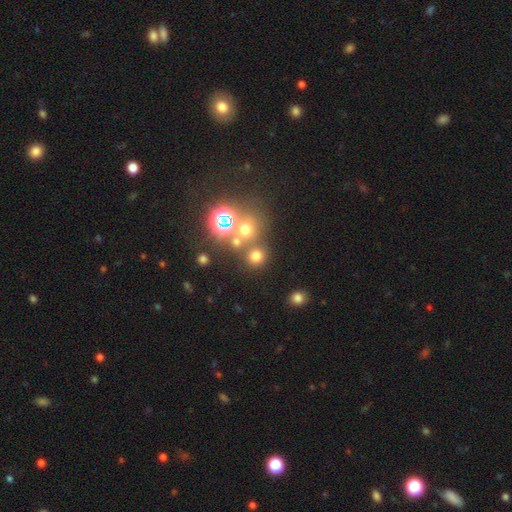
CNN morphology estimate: A smooth galaxy with no disk features (64%) that is round (90%).

Vote fractions:
- Smooth or featured? smooth: 64% / star or artifact: 28% / featured or disk: 8%
- How rounded? round: 90% / in between: 9% / cigar-shaped: 1%
- Merging? none: 69% / merger: 20% / minor disturbance: 7% / major disturbance: 4%